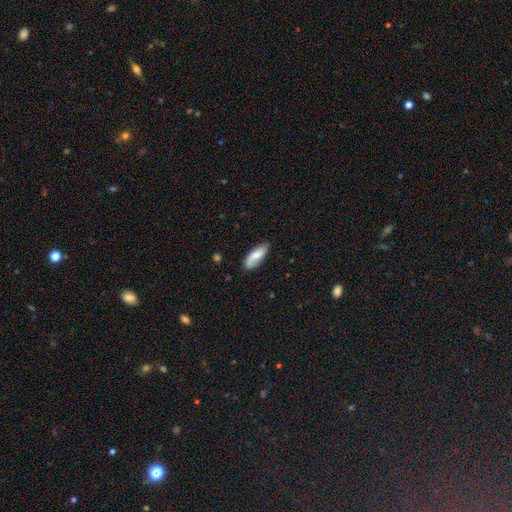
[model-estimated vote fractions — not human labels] A smooth galaxy with no disk features (68%) that is in between round and cigar-shaped (73%). Merging: none (70%).